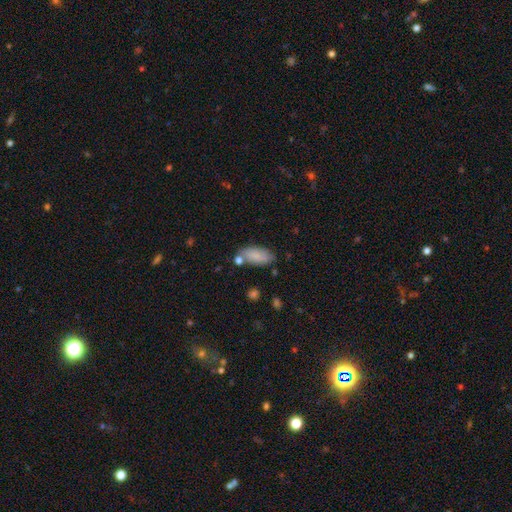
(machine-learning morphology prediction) Smooth or featured? Predicted: smooth (p=0.85). How rounded? Predicted: in between (p=0.89). Merging? Predicted: none (p=0.69).